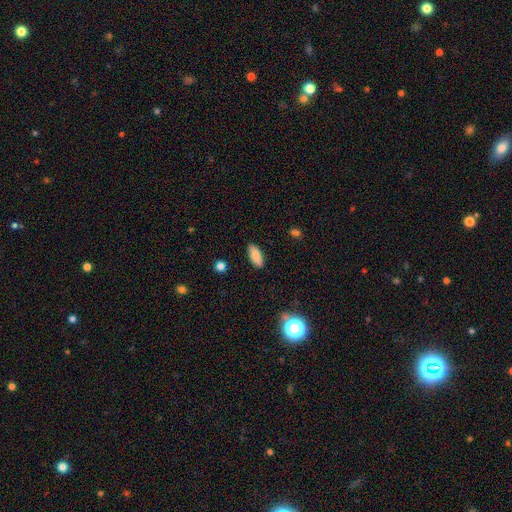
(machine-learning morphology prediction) smooth_or_featured: smooth (p=0.84) [alt: featured or disk p=0.09]
how_rounded: in between (p=0.83) [alt: cigar-shaped p=0.15]
merging: none (p=0.87) [alt: minor disturbance p=0.09]